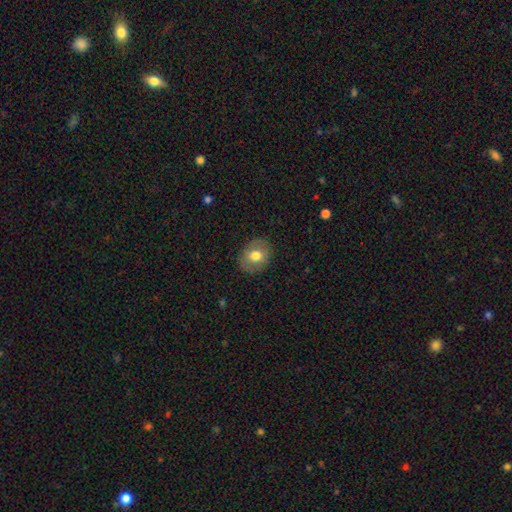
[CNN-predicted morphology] This is likely a smooth galaxy (71%). How rounded: possibly round (55%). Merging: clearly none (86%).